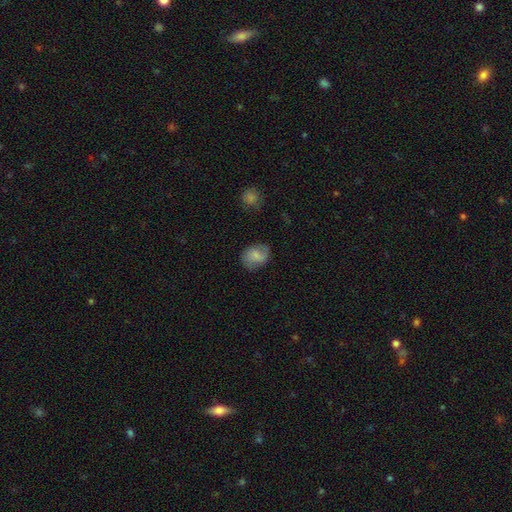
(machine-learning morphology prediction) smooth-or-featured: smooth: 65% | featured or disk: 27% | star or artifact: 8%
  how-rounded: in between: 54% | round: 45% | cigar-shaped: 1%
  merging: none: 71% | minor disturbance: 20% | major disturbance: 6% | merger: 2%